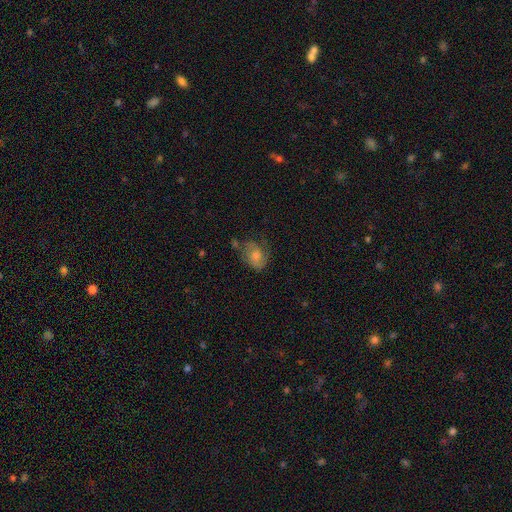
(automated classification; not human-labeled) Smooth or featured?
  - featured or disk: 54% *
  - smooth: 34%
  - star or artifact: 12%
Edge-on disk?
  - no: 96% *
  - yes: 4%
Bar?
  - no: 70% *
  - weak: 26%
  - strong: 4%
Spiral arms?
  - yes: 83% *
  - no: 17%
Bulge size?
  - moderate: 58% *
  - small: 29%
  - large: 7%
  - none: 4%
  - dominant: 1%
Merging?
  - none: 60% *
  - minor disturbance: 24%
  - major disturbance: 12%
  - merger: 4%